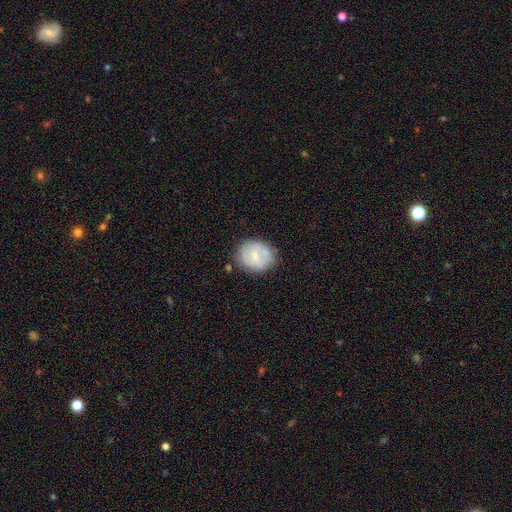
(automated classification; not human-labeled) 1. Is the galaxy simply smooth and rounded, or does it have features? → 63% smooth, 30% featured or disk, 7% star or artifact.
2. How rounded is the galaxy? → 69% round, 30% in between, 1% cigar-shaped.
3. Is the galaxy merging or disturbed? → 74% none, 18% minor disturbance, 5% major disturbance, 3% merger.